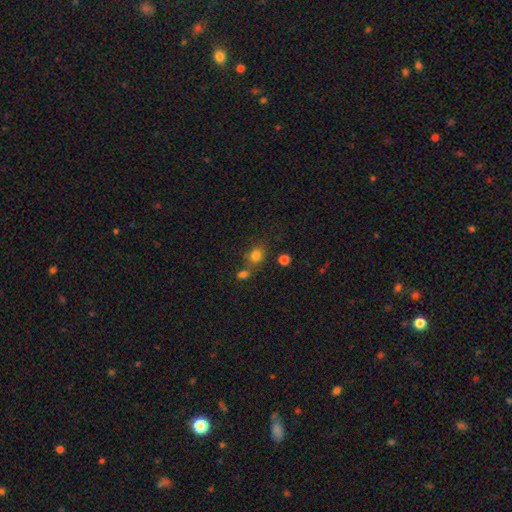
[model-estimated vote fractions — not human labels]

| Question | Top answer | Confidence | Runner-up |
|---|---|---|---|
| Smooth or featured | smooth | 79% | star or artifact (14%) |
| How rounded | round | 69% | in between (30%) |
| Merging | none | 65% | merger (19%) |